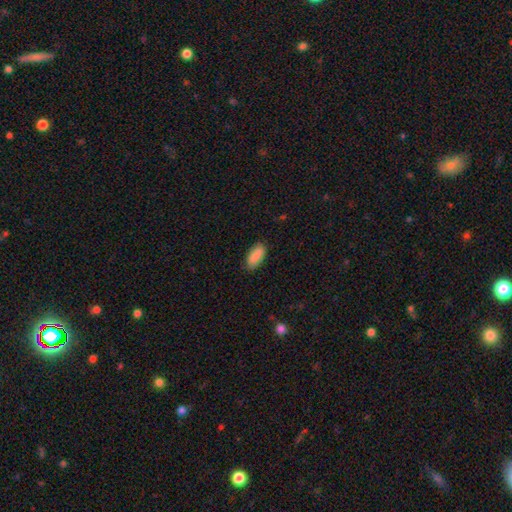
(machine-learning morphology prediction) This is clearly a smooth galaxy (88%). How rounded: clearly in between (87%). Merging: clearly none (84%).